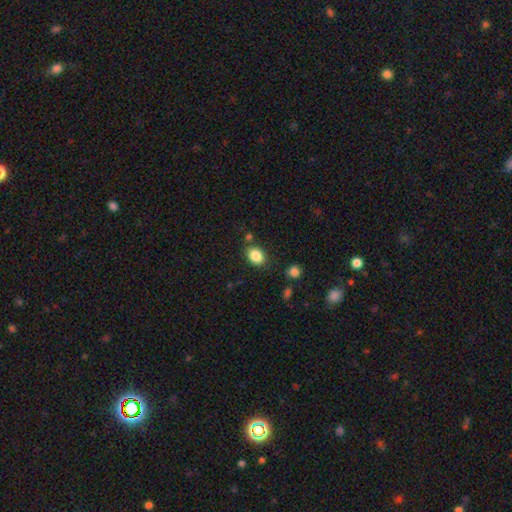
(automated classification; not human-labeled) Smooth or featured? smooth (86%)
How rounded? in between (66%)
Merging? none (79%)